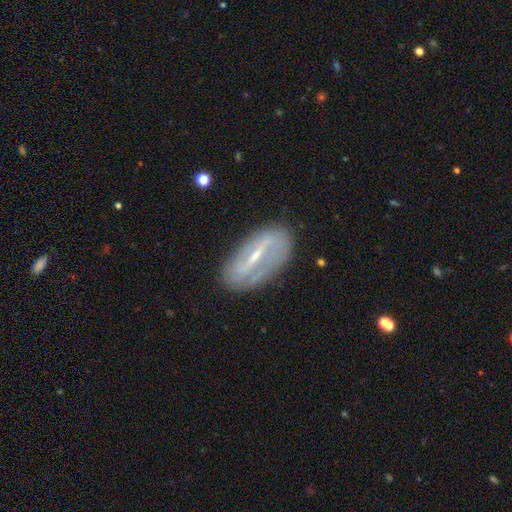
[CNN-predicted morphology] featured or disk 69%, smooth 23%, star or artifact 7%. Down the decision tree: edge-on disk — no (82%); bar — strong (65%); spiral arms — yes (56%); bulge size — small (60%); merging — none (75%).